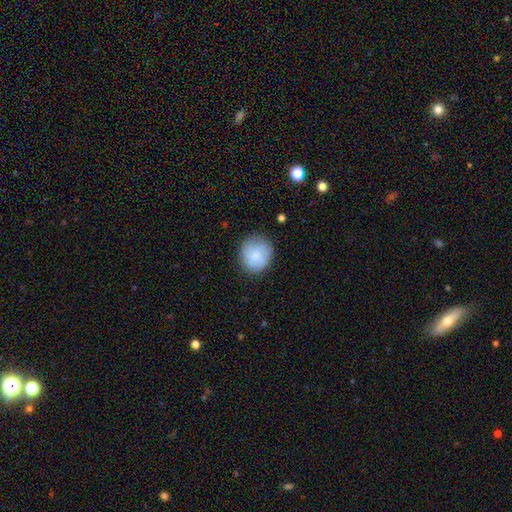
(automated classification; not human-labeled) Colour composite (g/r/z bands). It shows a smooth galaxy with no disk features (79%) that is round (89%). Merging: none (81%).